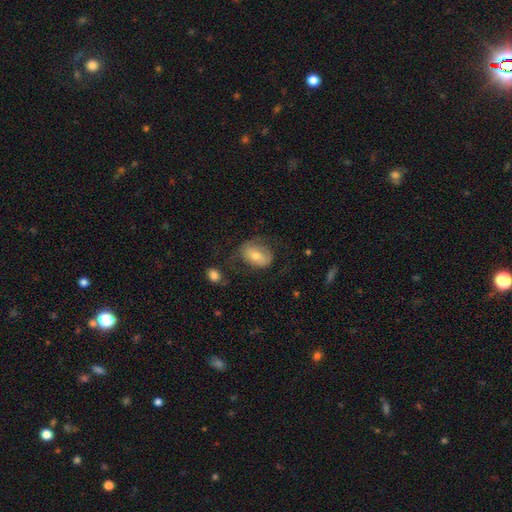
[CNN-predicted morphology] Smooth or featured: smooth — 57% (featured or disk — 35%)
How rounded: in between — 78% (round — 21%)
Merging: none — 54% (minor disturbance — 23%)